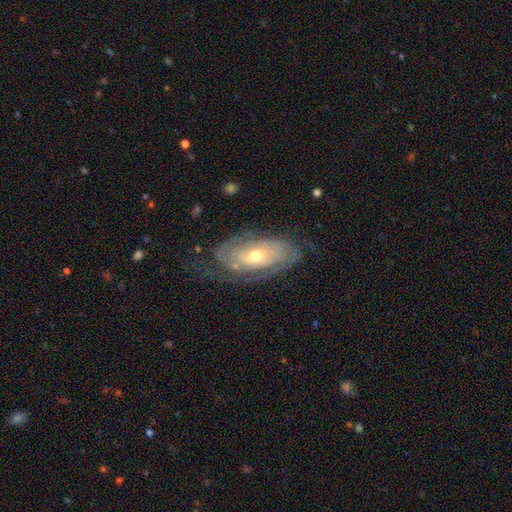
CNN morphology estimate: type=featured or disk (82%); edge-on=no (92%); bar=no (69%); spiral arms=yes (91%); winding=tight (70%); arm count=can't tell (40%); bulge=moderate (55%); merging=none (66%).